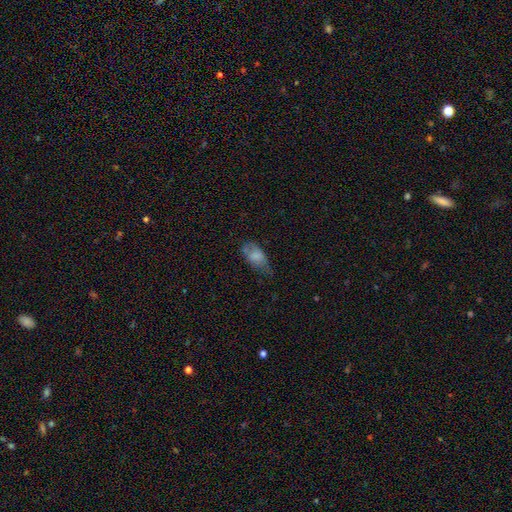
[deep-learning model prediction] Q: Smooth or featured?
A: smooth (74%); runner-up: featured or disk (17%)
Q: How rounded?
A: in between (91%); runner-up: round (5%)
Q: Merging?
A: none (46%); runner-up: minor disturbance (36%)